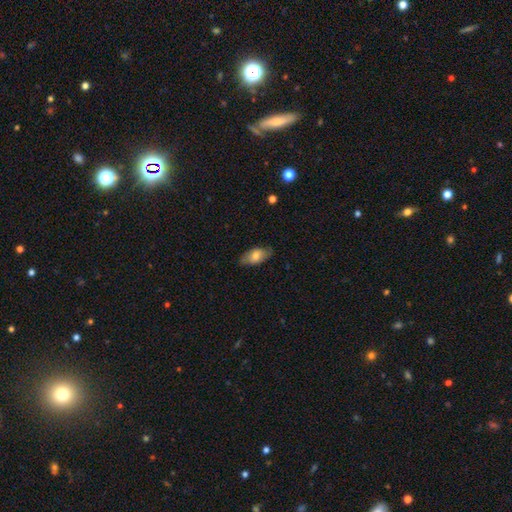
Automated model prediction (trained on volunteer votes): smooth-or-featured: smooth: 67% | featured or disk: 26% | star or artifact: 7%
  how-rounded: in between: 91% | cigar-shaped: 5% | round: 4%
  merging: none: 79% | minor disturbance: 17% | major disturbance: 4% | merger: 1%